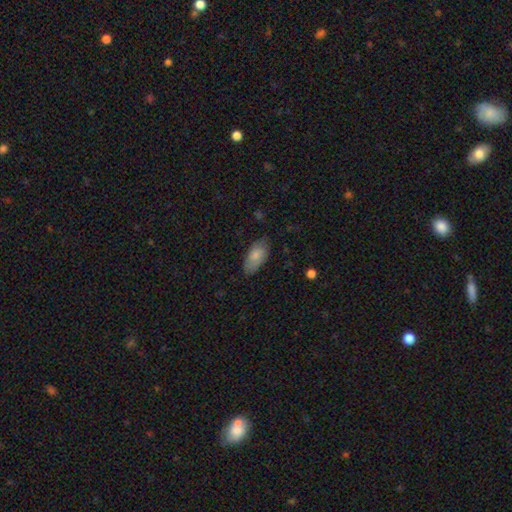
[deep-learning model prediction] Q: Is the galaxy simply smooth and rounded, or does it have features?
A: smooth — 82%.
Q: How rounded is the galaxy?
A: in between — 90%.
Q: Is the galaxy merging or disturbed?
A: none — 76%.